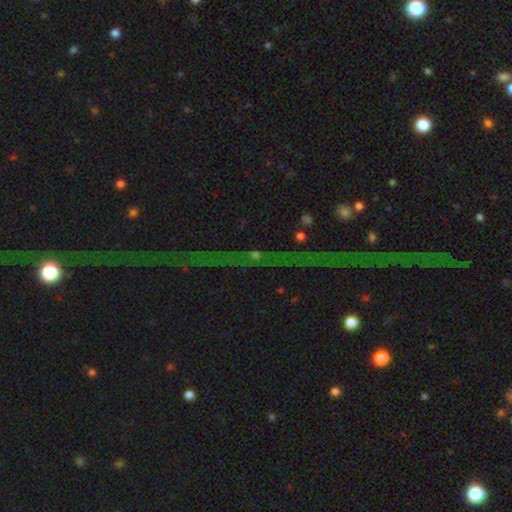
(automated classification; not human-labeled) A star or artifact, not a galaxy (64%).